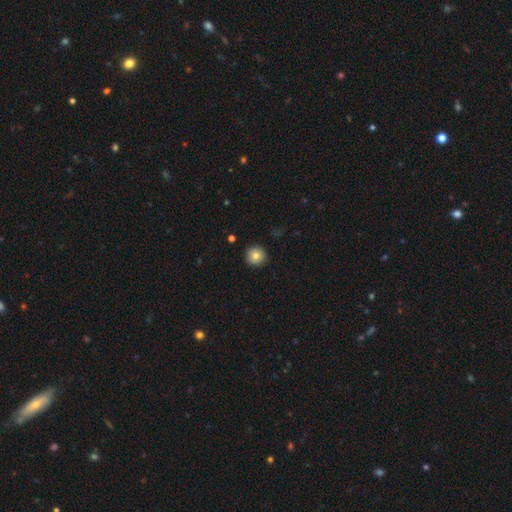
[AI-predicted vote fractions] This appears to be a smooth galaxy with no disk features (79%) that is round (95%). Merging: none (91%).